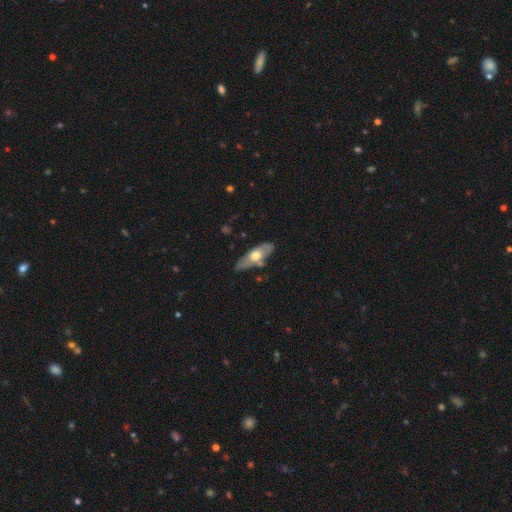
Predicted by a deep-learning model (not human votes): A featured or disk galaxy (47%, tied with smooth). Merging: none (75%).